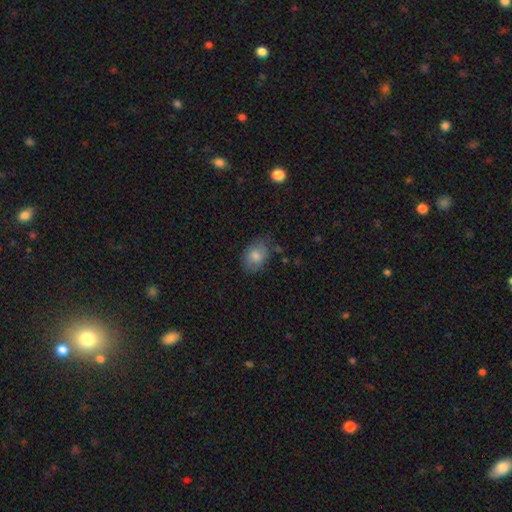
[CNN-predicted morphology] This is likely a smooth galaxy (76%). How rounded: likely in between (72%). Merging: likely none (72%).